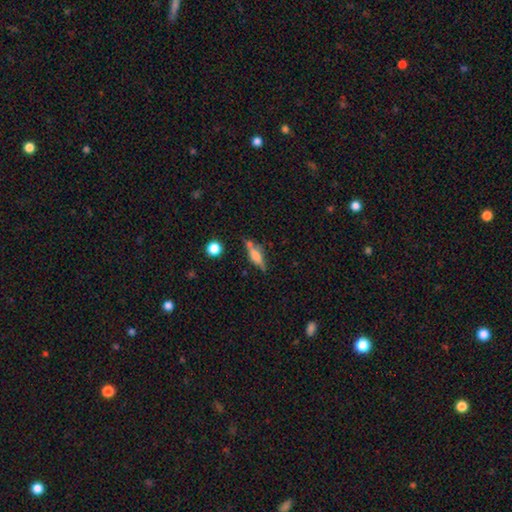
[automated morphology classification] A featured or disk galaxy (49%). Merging: none (69%).